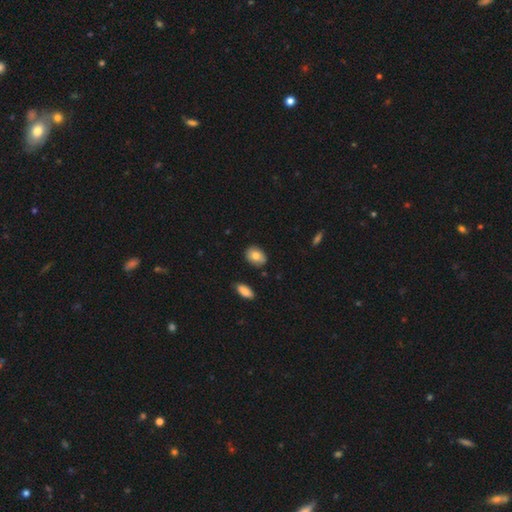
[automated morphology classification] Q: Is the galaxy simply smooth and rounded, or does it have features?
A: smooth — 81%.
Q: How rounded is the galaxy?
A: in between — 76%.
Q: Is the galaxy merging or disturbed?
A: none — 82%.